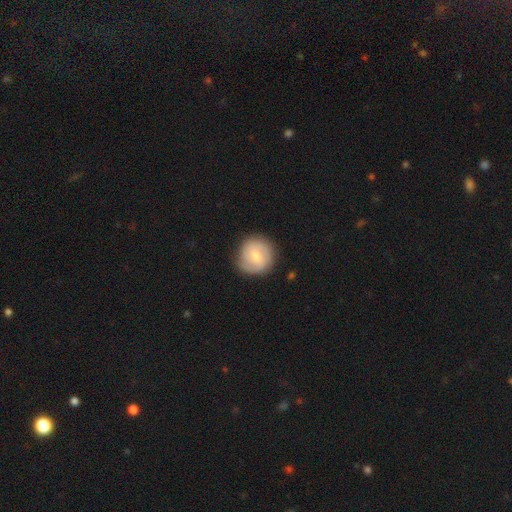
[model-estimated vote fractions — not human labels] A smooth galaxy with no disk features (52%) that is round (92%). Merging: none (82%).